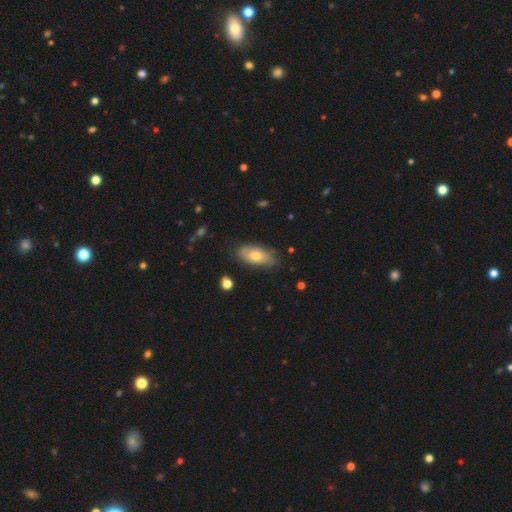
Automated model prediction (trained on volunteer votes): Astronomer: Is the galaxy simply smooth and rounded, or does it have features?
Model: smooth — 64%.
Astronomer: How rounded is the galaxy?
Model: in between — 88%.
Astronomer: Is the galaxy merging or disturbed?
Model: none — 73%.